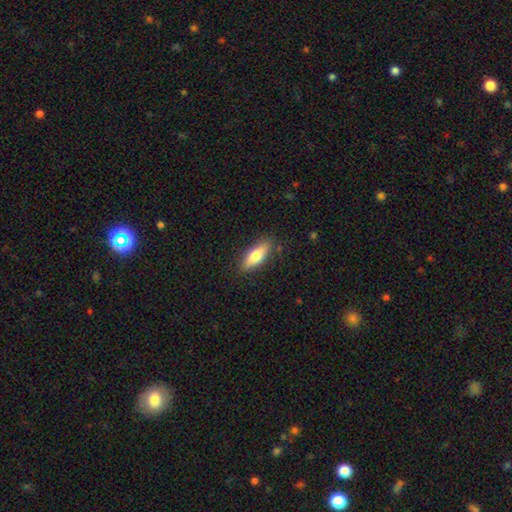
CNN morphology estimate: This is likely a smooth galaxy (72%). How rounded: possibly in between (59%). Merging: clearly none (85%).